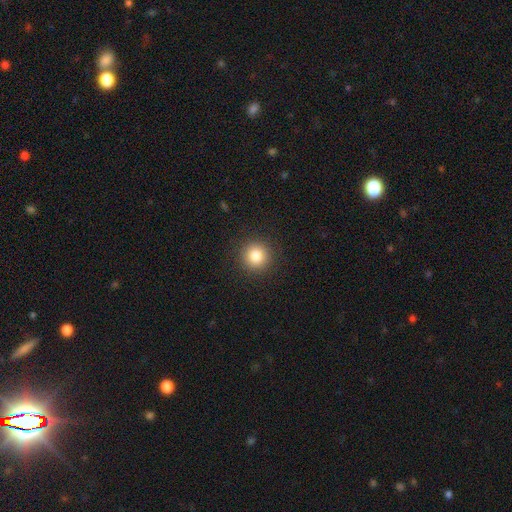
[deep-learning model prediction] smooth_or_featured: smooth (p=0.82) [alt: star or artifact p=0.11]
how_rounded: round (p=0.95) [alt: in between p=0.04]
merging: none (p=0.92) [alt: minor disturbance p=0.05]